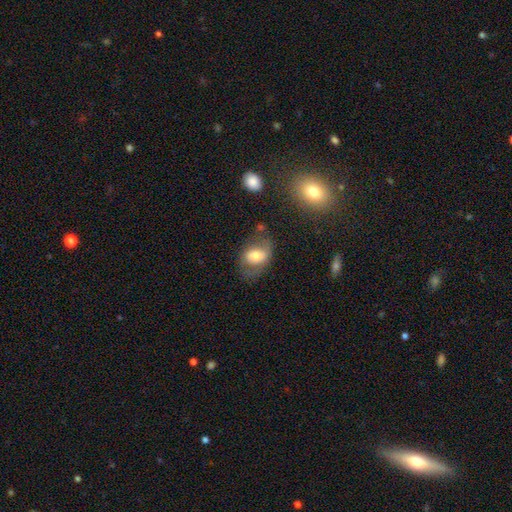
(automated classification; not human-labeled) The model was most divided on "merging": none: 50%, minor disturbance: 26%, major disturbance: 19%, merger: 5%. More confident: how rounded — in between (76%); smooth or featured — smooth (60%).